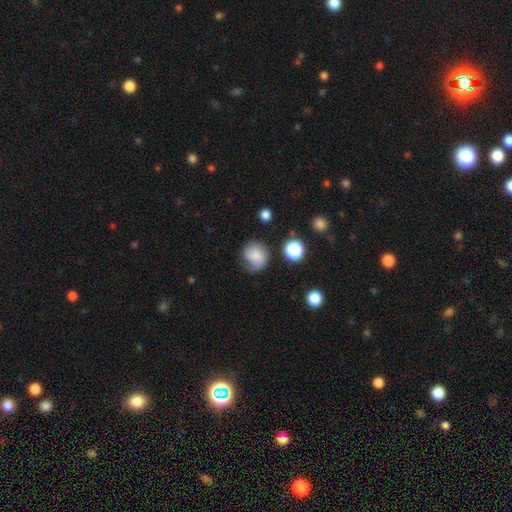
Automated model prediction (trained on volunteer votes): Morphology: type=smooth (65%); roundness=round (78%); merging=none (55%).